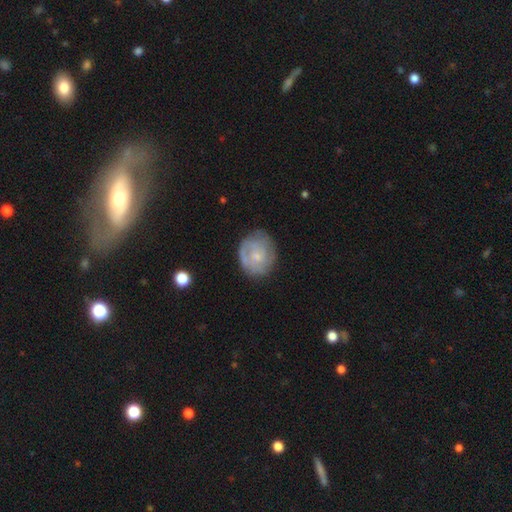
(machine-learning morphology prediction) A featured or disk galaxy (50%). Merging: none (68%).